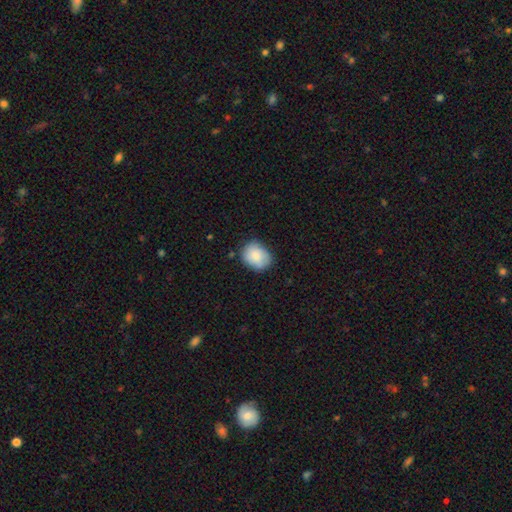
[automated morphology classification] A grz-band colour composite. It shows a smooth galaxy with no disk features (81%) that is round (51%). Merging: none (73%).